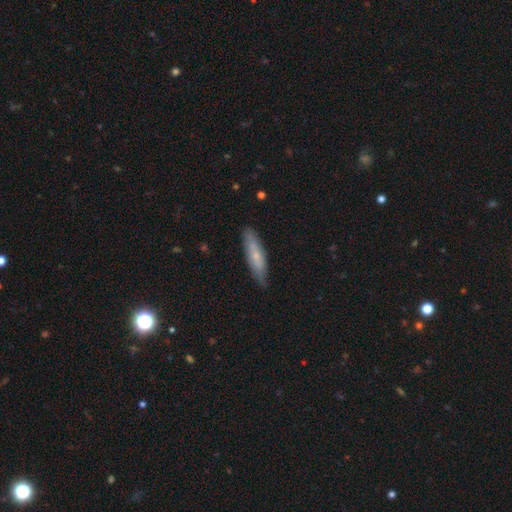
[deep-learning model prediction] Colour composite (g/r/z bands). It shows a smooth galaxy with no disk features (59%) that is cigar-shaped (73%). Merging: none (80%).